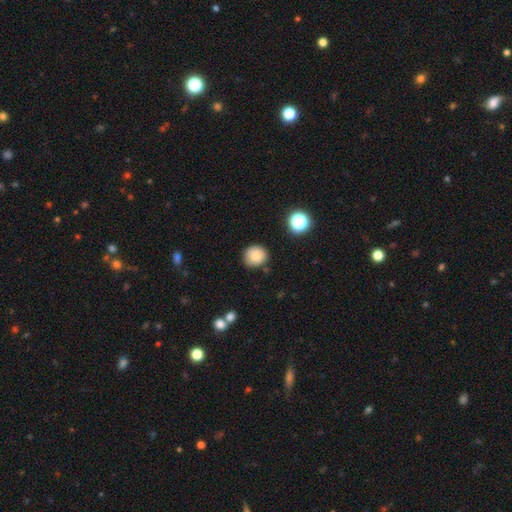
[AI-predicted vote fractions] Q: Smooth or featured?
A: smooth (82%); runner-up: star or artifact (11%)
Q: How rounded?
A: round (87%); runner-up: in between (12%)
Q: Merging?
A: none (83%); runner-up: minor disturbance (12%)